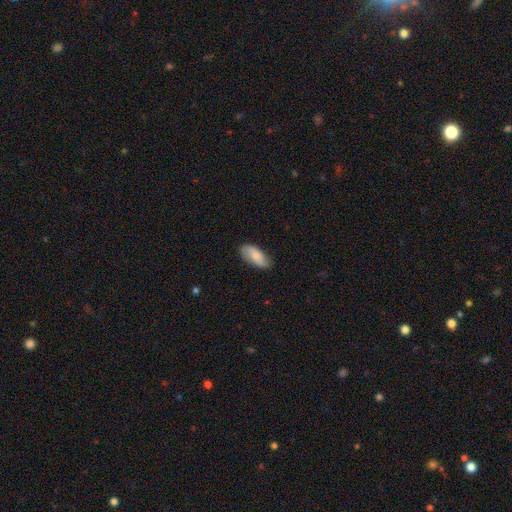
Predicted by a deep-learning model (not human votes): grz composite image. It shows a smooth galaxy with no disk features (69%) that is in between round and cigar-shaped (87%). Merging: none (78%).